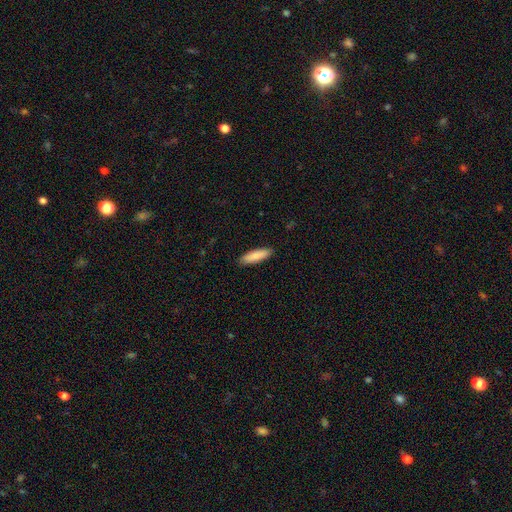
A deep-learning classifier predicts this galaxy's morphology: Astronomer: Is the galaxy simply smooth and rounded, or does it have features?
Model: smooth — 86%.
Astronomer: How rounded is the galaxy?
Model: cigar-shaped — 62% (runner-up: in between, 37%).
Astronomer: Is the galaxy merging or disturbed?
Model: none — 89%.